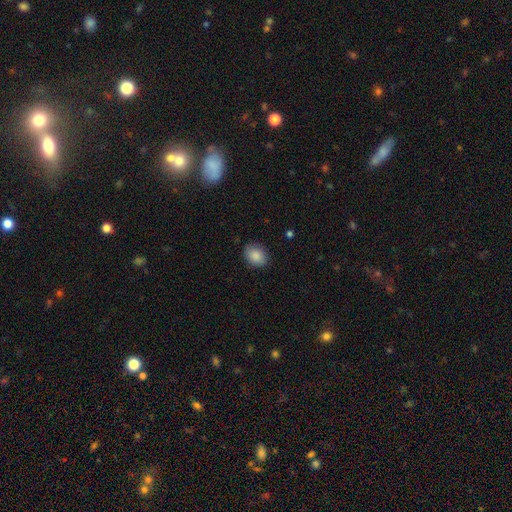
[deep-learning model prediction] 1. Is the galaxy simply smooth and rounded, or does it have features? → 87% smooth, 8% star or artifact, 5% featured or disk.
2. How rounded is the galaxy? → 57% in between, 42% round, 1% cigar-shaped.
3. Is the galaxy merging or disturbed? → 85% none, 12% minor disturbance, 3% major disturbance, 1% merger.